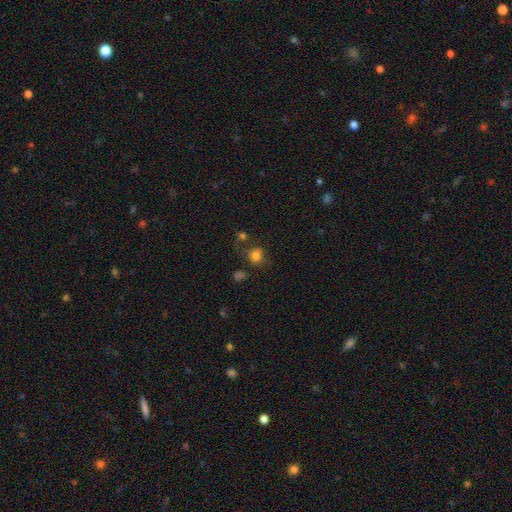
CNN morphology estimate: smooth-or-featured: smooth: 77% | star or artifact: 15% | featured or disk: 8%
  how-rounded: round: 74% | in between: 25% | cigar-shaped: 1%
  merging: none: 61% | minor disturbance: 17% | merger: 13% | major disturbance: 10%